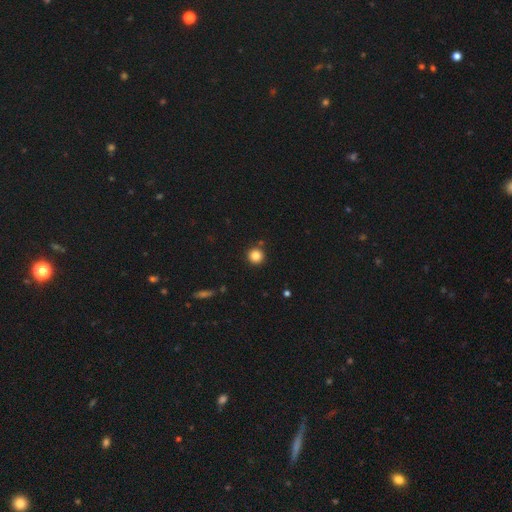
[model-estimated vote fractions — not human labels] smooth 83%, star or artifact 11%, featured or disk 6%. Down the decision tree: how rounded — round (95%); merging — none (88%).